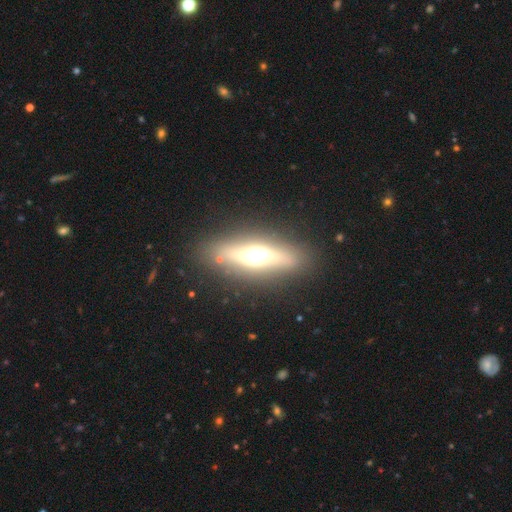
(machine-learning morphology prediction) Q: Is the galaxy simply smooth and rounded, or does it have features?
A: featured or disk — 59%.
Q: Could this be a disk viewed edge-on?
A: yes — 79%.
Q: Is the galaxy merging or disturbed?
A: none — 84%.